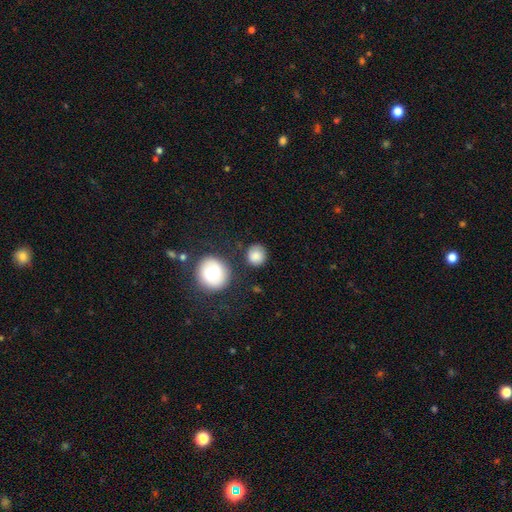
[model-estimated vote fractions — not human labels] A smooth galaxy with no disk features (84%) that is round (88%). Merging: none (79%).